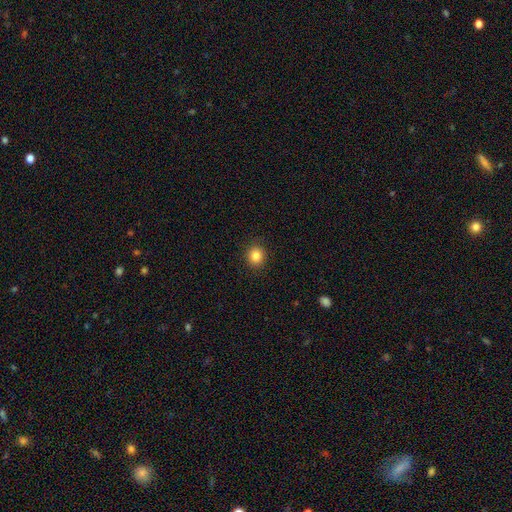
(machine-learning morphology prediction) Smooth or featured?
  - smooth: 84% *
  - star or artifact: 11%
  - featured or disk: 5%
How rounded?
  - round: 83% *
  - in between: 16%
  - cigar-shaped: 1%
Merging?
  - none: 91% *
  - minor disturbance: 6%
  - major disturbance: 2%
  - merger: 1%